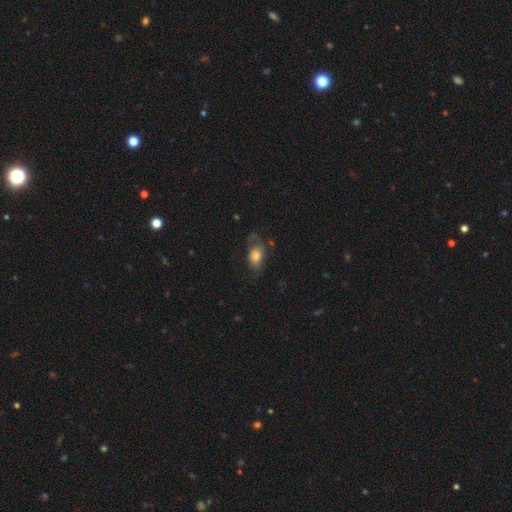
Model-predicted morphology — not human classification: Overall: smooth (73%). How rounded: in between (84%). Merging: none (51%; minor disturbance 28%).